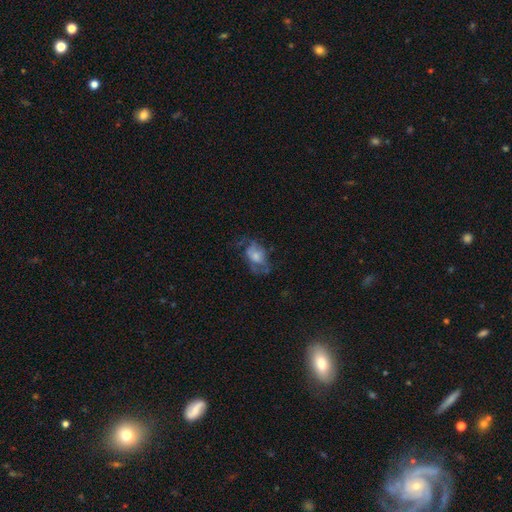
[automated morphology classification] Smooth or featured? smooth (49%)
Merging? none (39%)